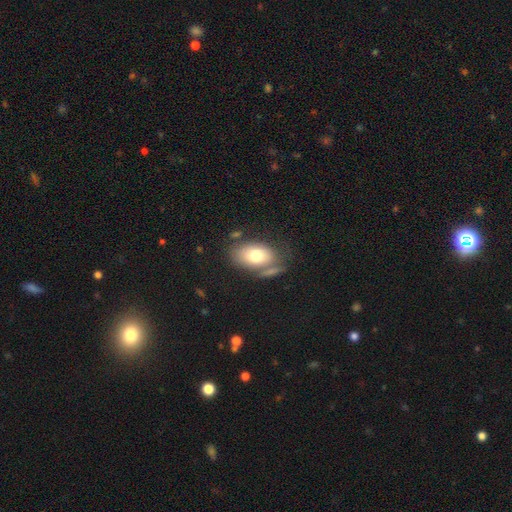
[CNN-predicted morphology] The model was most divided on "merging": none: 58%, minor disturbance: 19%, merger: 15%, major disturbance: 9%. More confident: how rounded — in between (89%); smooth or featured — smooth (73%).